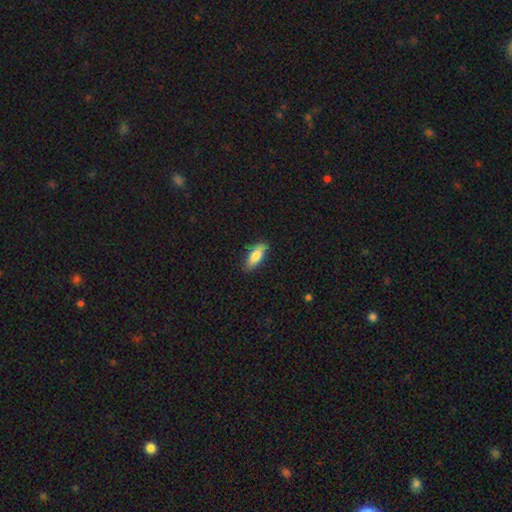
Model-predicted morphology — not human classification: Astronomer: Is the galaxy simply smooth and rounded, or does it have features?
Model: smooth — 80%.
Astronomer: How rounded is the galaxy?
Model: in between — 67%.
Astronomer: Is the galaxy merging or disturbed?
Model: none — 85%.